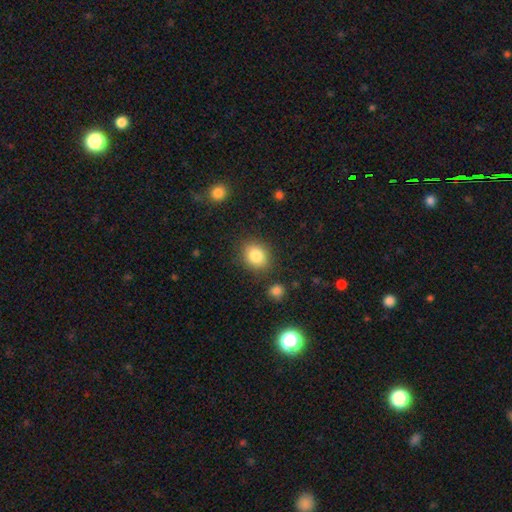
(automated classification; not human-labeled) The model was most divided on "how rounded": round: 65%, in between: 34%, cigar-shaped: 1%. More confident: merging — none (84%); smooth or featured — smooth (83%).